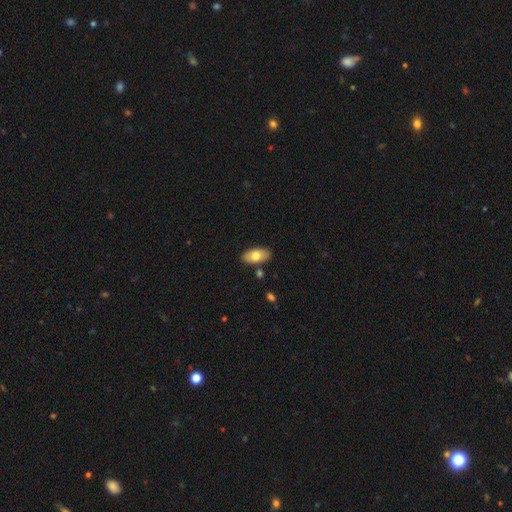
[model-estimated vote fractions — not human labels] This is likely a smooth galaxy (74%). How rounded: clearly in between (93%). Merging: clearly none (85%).